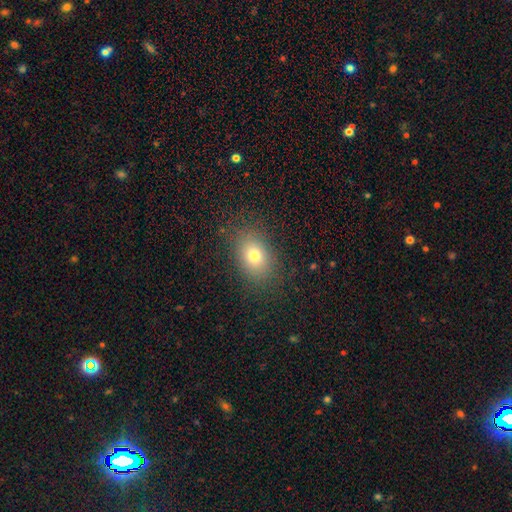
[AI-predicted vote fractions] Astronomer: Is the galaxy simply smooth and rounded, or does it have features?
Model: smooth — 75%.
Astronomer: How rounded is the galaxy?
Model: in between — 71%.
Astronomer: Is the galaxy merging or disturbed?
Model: none — 84%.